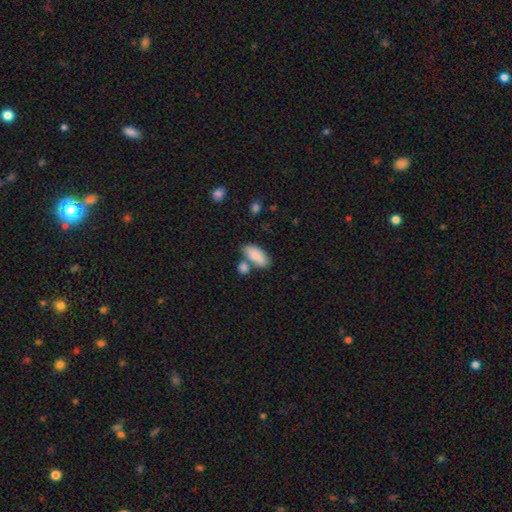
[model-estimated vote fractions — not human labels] Smooth or featured? Predicted: smooth (p=0.84). How rounded? Predicted: in between (p=0.89). Merging? Predicted: none (p=0.53).